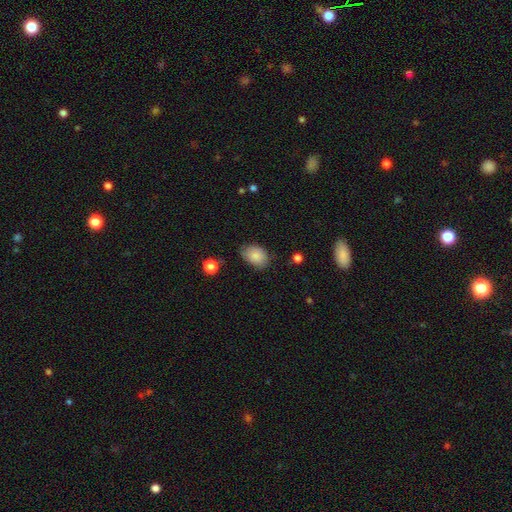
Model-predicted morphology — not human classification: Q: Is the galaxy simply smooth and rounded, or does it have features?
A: smooth — 86%.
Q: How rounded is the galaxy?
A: in between — 79%.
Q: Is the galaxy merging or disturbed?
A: none — 69%.